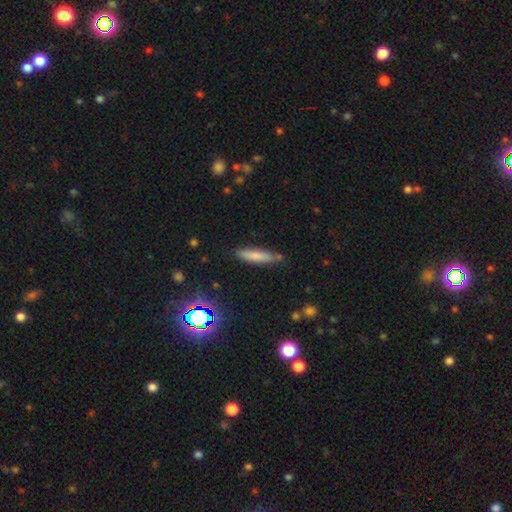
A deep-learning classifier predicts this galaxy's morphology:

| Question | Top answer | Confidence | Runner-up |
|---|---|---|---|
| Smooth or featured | smooth | 74% | featured or disk (16%) |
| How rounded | cigar-shaped | 82% | in between (17%) |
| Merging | none | 78% | minor disturbance (15%) |